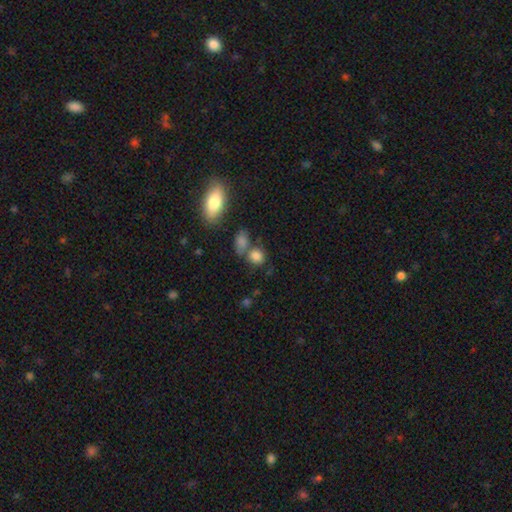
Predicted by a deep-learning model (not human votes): smooth-or-featured: smooth: 82% | star or artifact: 11% | featured or disk: 7%
  how-rounded: round: 64% | in between: 34% | cigar-shaped: 2%
  merging: none: 55% | merger: 28% | minor disturbance: 13% | major disturbance: 5%